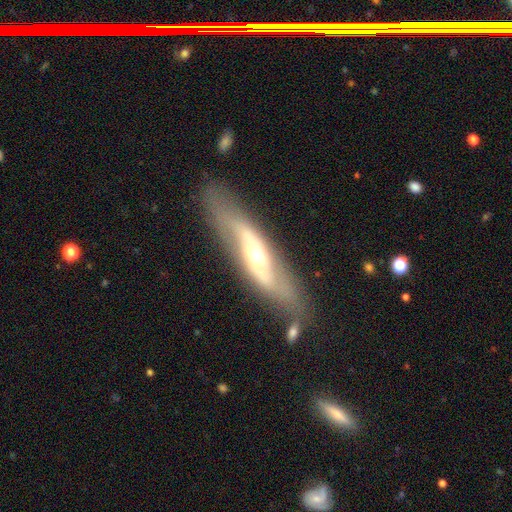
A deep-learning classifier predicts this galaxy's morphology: smooth_or_featured: featured or disk (p=0.70) [alt: smooth p=0.25]
disk_edge_on: no (p=0.65) [alt: yes p=0.35]
merging: none (p=0.70) [alt: minor disturbance p=0.17]